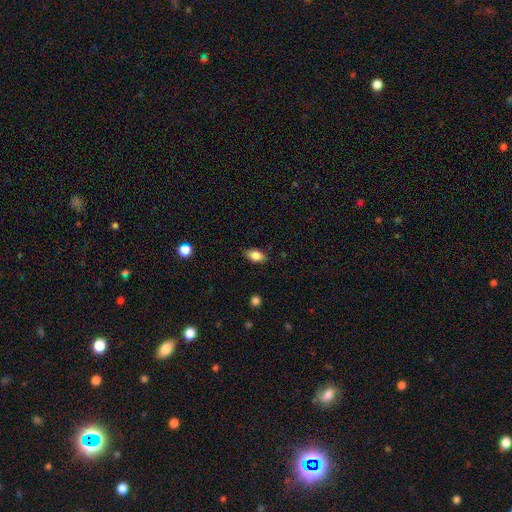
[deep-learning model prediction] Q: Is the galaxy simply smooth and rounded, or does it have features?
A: smooth — 83%.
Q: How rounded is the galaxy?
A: in between — 88%.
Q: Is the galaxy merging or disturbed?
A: none — 86%.